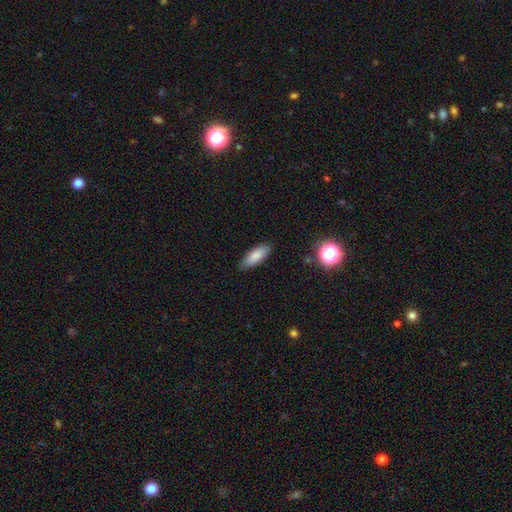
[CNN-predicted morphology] smooth_or_featured: smooth (p=0.83) [alt: featured or disk p=0.10]
how_rounded: in between (p=0.70) [alt: cigar-shaped p=0.28]
merging: none (p=0.85) [alt: minor disturbance p=0.12]